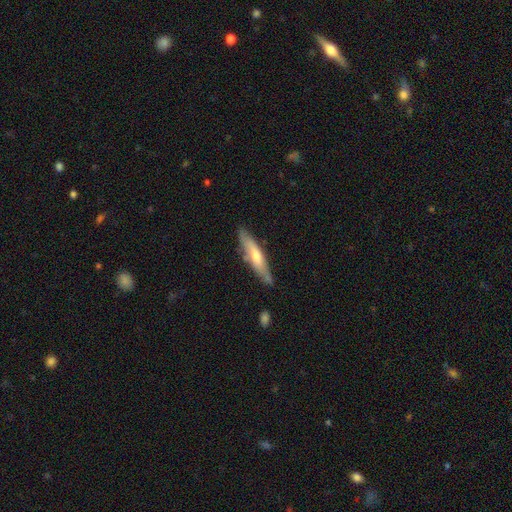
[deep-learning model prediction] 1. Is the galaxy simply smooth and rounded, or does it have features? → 51% featured or disk, 43% smooth, 6% star or artifact.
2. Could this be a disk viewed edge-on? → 80% yes, 20% no.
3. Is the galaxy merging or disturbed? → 80% none, 15% minor disturbance, 3% major disturbance, 2% merger.